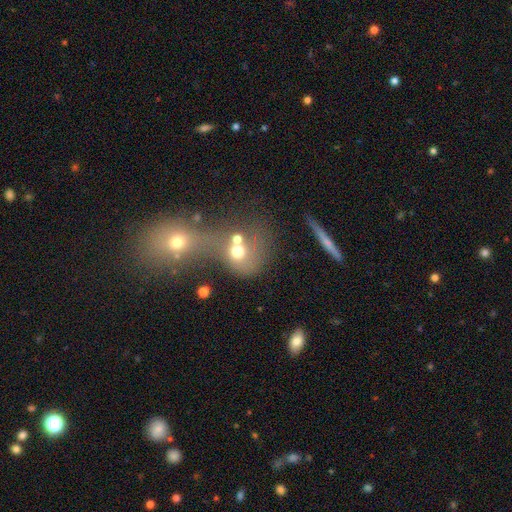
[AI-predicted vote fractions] smooth_or_featured: smooth (p=0.38) [alt: featured or disk p=0.36]
merging: merger (p=0.50) [alt: none p=0.36]